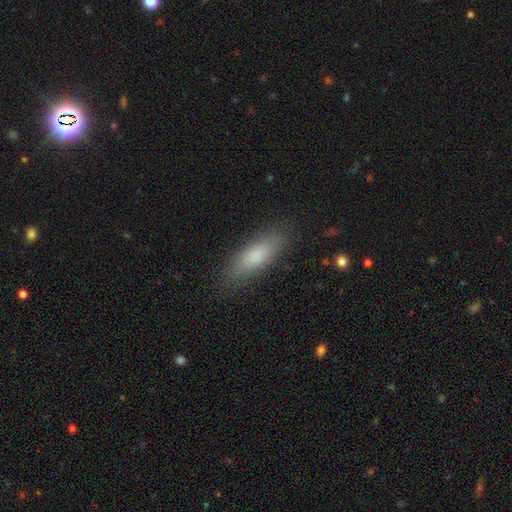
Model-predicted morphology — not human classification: This appears to be a smooth galaxy with no disk features (81%) that is in between round and cigar-shaped (55%). Merging: none (85%).